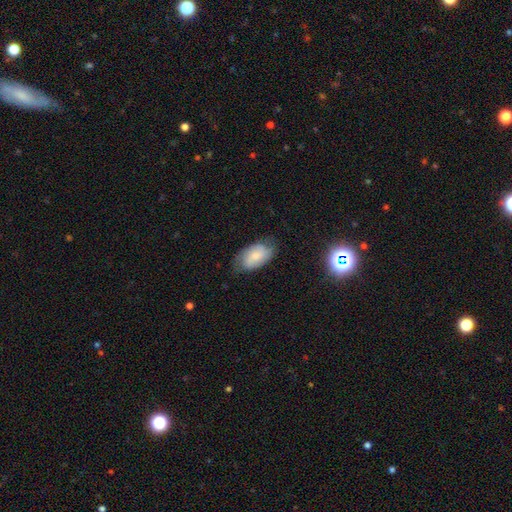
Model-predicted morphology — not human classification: A smooth galaxy with no disk features (61%) that is in between round and cigar-shaped (93%). Merging: none (68%).